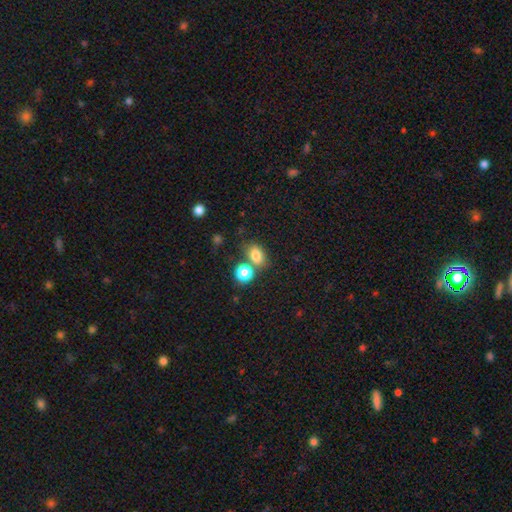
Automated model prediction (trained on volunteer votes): The model was most divided on "merging": none: 60%, merger: 24%, minor disturbance: 12%, major disturbance: 4%. More confident: smooth or featured — smooth (79%); how rounded — in between (68%).